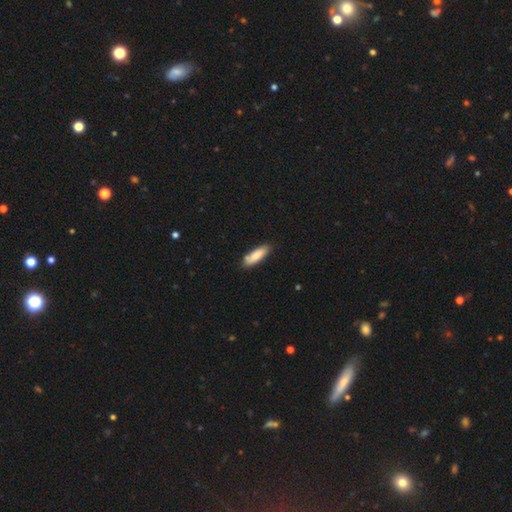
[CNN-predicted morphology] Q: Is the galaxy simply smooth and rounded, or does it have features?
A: smooth — 81%.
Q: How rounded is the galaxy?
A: cigar-shaped — 50%.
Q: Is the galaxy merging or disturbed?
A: none — 76%.